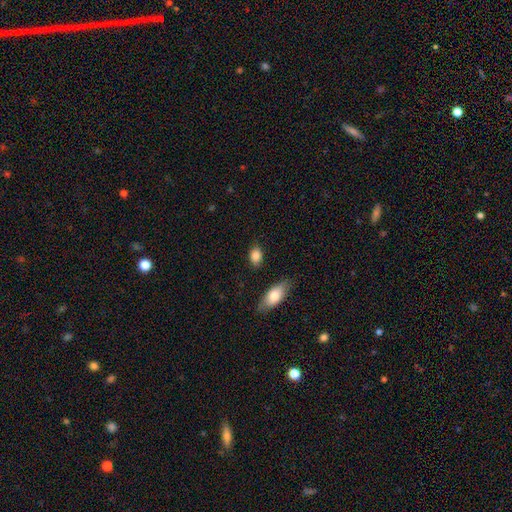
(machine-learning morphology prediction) A smooth galaxy with no disk features (85%) that is in between round and cigar-shaped (82%).

Vote fractions:
- Smooth or featured? smooth: 85% / star or artifact: 8% / featured or disk: 7%
- How rounded? in between: 82% / round: 15% / cigar-shaped: 3%
- Merging? none: 82% / minor disturbance: 12% / major disturbance: 3% / merger: 3%